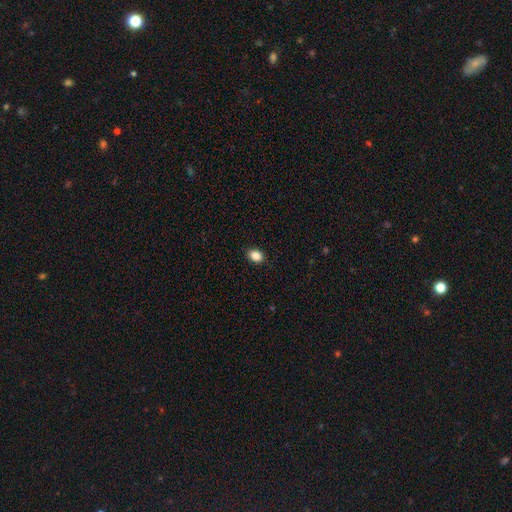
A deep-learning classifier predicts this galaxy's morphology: Overall: smooth (87%). How rounded: in between (73%). Merging: none (90%).